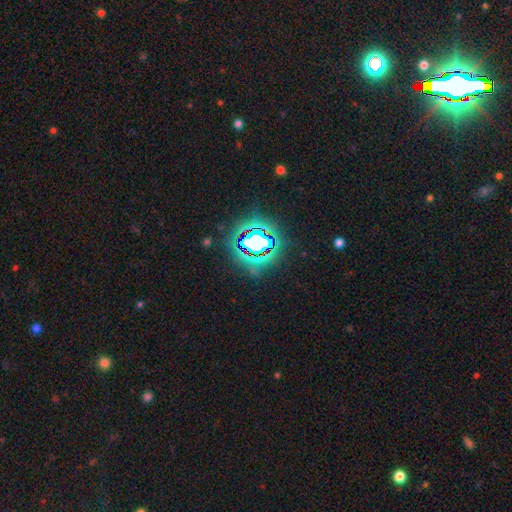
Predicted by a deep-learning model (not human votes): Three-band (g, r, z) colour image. It shows a star or artifact, not a galaxy (84%).